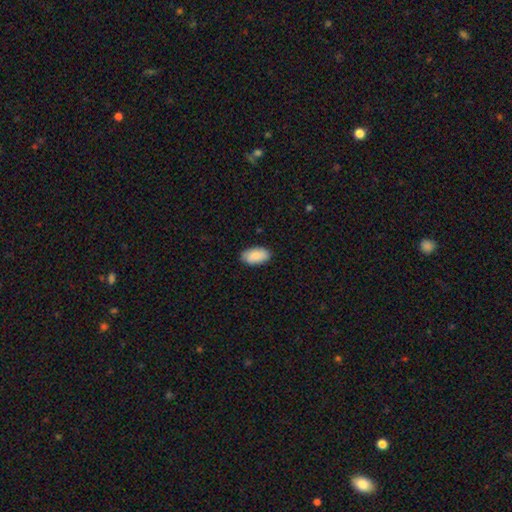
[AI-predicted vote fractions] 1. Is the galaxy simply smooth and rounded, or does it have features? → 88% smooth, 6% star or artifact, 6% featured or disk.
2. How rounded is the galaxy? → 95% in between, 3% round, 2% cigar-shaped.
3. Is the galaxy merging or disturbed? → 87% none, 10% minor disturbance, 2% major disturbance, 1% merger.